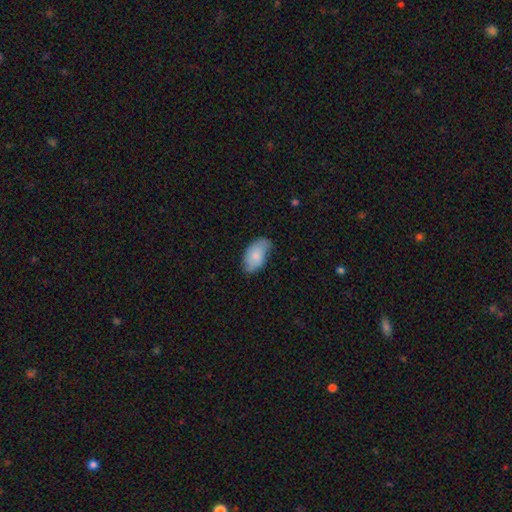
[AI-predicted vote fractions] Q: Smooth or featured?
A: smooth (77%); runner-up: featured or disk (17%)
Q: How rounded?
A: in between (94%); runner-up: round (4%)
Q: Merging?
A: none (60%); runner-up: minor disturbance (32%)